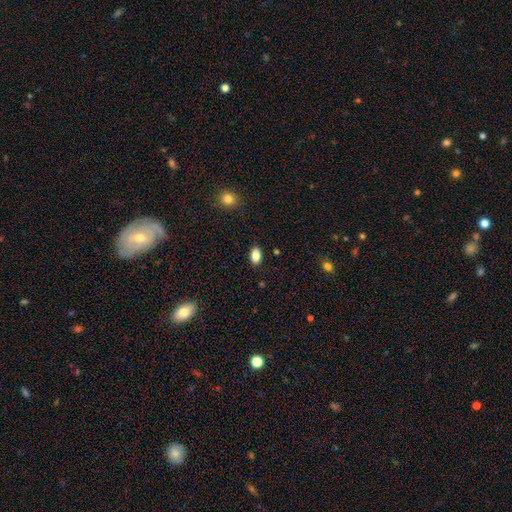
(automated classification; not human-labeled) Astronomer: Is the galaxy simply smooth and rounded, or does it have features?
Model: smooth — 86%.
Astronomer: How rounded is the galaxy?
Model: in between — 90%.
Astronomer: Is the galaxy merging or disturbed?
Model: none — 88%.